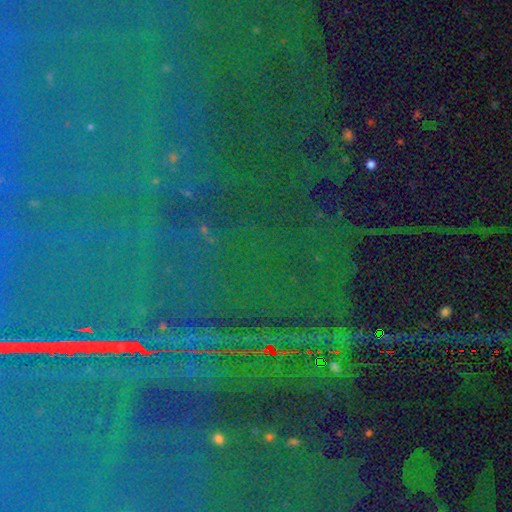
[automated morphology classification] type=star or artifact (88%).